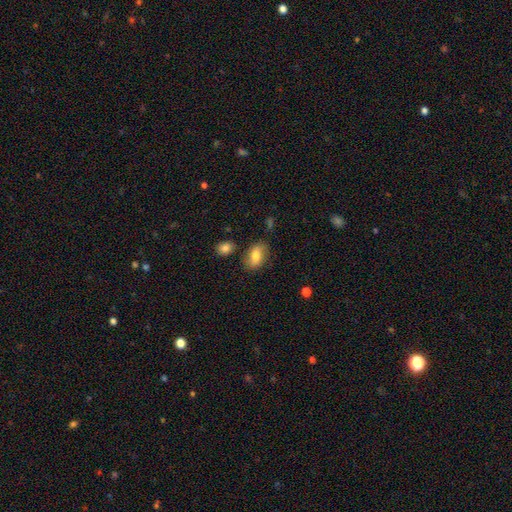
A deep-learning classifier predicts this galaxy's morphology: A smooth galaxy with no disk features (75%) that is in between round and cigar-shaped (87%). Merging: none (77%).